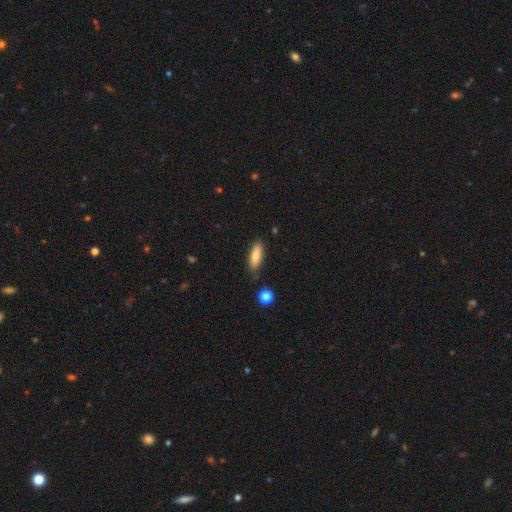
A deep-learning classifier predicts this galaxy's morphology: type=smooth (81%); roundness=in between (50%); merging=none (82%).